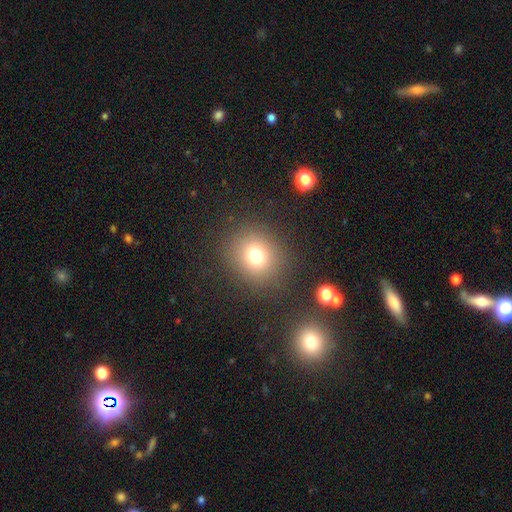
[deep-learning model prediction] smooth_or_featured: smooth (p=0.73) [alt: star or artifact p=0.18]
how_rounded: round (p=0.84) [alt: in between p=0.16]
merging: none (p=0.85) [alt: minor disturbance p=0.08]